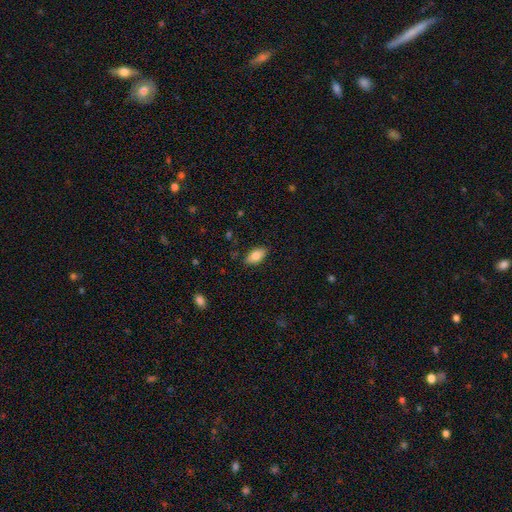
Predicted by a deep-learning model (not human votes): This is clearly a smooth galaxy (82%). How rounded: clearly in between (92%). Merging: clearly none (85%).